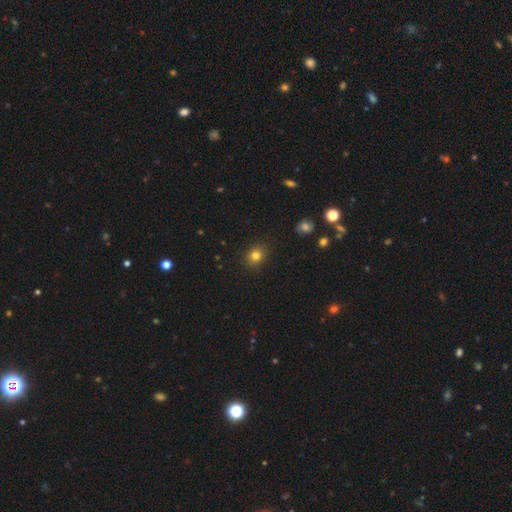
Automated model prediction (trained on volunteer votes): smooth-or-featured: smooth: 80% | star or artifact: 13% | featured or disk: 7%
  how-rounded: round: 77% | in between: 23% | cigar-shaped: 1%
  merging: none: 89% | minor disturbance: 7% | major disturbance: 2% | merger: 1%